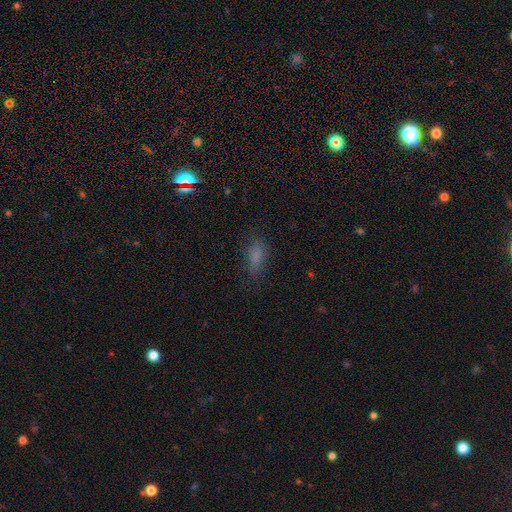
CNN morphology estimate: The model was most divided on "merging": none: 73%, minor disturbance: 19%, major disturbance: 7%, merger: 1%. More confident: how rounded — in between (80%); smooth or featured — smooth (76%).